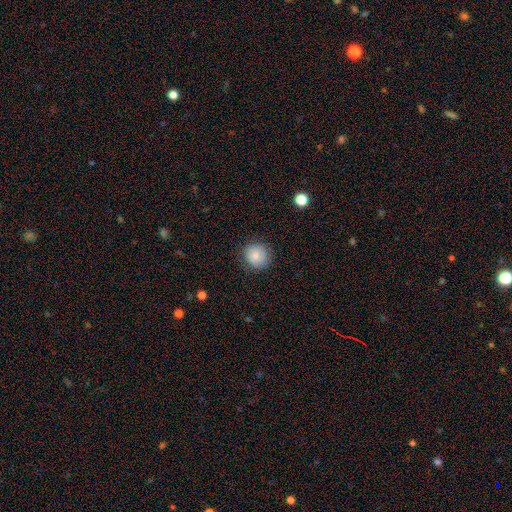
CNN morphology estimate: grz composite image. It shows a smooth galaxy with no disk features (80%) that is round (90%). Merging: none (84%).